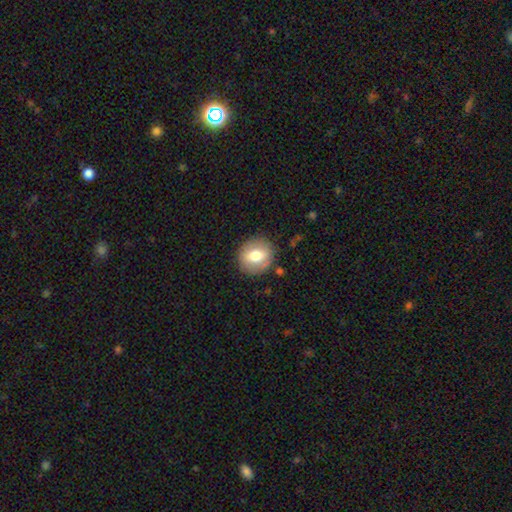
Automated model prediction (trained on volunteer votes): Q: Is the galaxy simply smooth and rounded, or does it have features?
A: smooth — 69%.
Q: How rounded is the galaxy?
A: round — 81%.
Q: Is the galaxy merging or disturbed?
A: none — 85%.